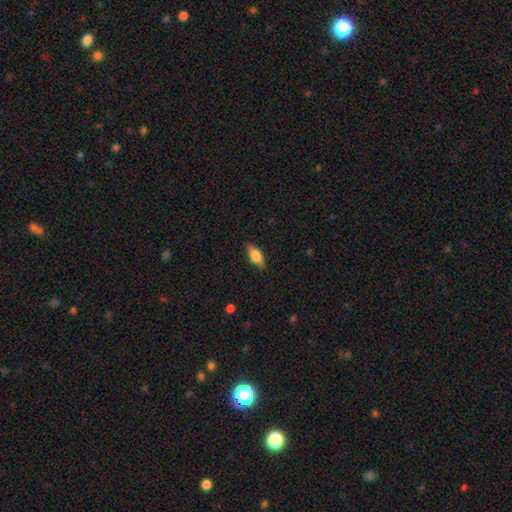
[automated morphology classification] Q: Smooth or featured?
A: smooth (74%); runner-up: featured or disk (19%)
Q: How rounded?
A: in between (79%); runner-up: cigar-shaped (17%)
Q: Merging?
A: none (82%); runner-up: minor disturbance (14%)